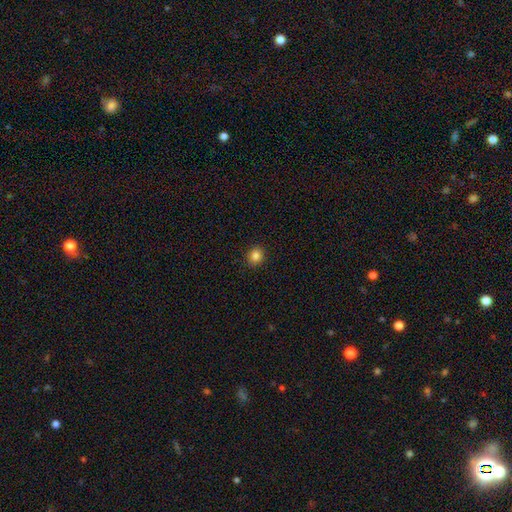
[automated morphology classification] Overall: smooth (84%). How rounded: round (80%). Merging: none (91%).